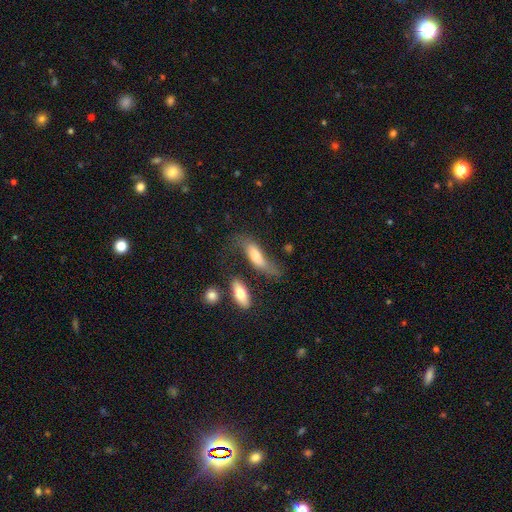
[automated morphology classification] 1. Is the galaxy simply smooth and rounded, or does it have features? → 53% smooth, 39% featured or disk, 8% star or artifact.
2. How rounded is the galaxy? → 51% in between, 46% cigar-shaped, 3% round.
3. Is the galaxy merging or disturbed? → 40% none, 25% major disturbance, 24% minor disturbance, 11% merger.